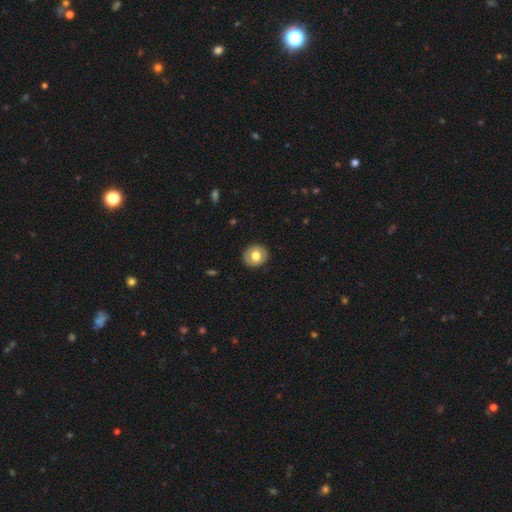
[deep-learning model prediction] A smooth galaxy with no disk features (70%) that is round (80%). Merging: none (89%).